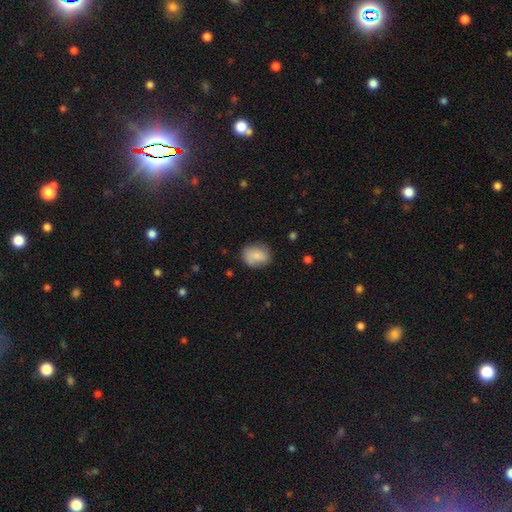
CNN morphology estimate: Overall: smooth (78%). How rounded: in between (53%; round 46%). Merging: none (70%).